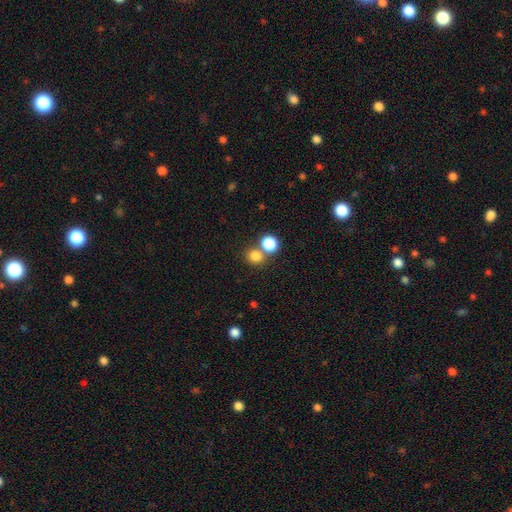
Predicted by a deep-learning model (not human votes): Overall: smooth (80%). How rounded: round (80%). Merging: none (56%; merger 34%).